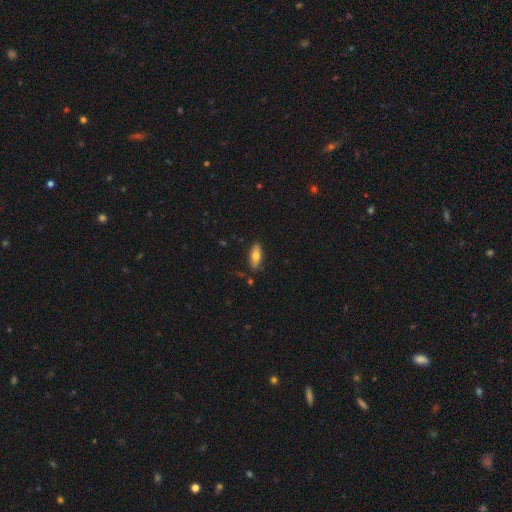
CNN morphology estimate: Q: Smooth or featured?
A: smooth (73%); runner-up: featured or disk (20%)
Q: How rounded?
A: in between (72%); runner-up: cigar-shaped (25%)
Q: Merging?
A: none (84%); runner-up: minor disturbance (12%)